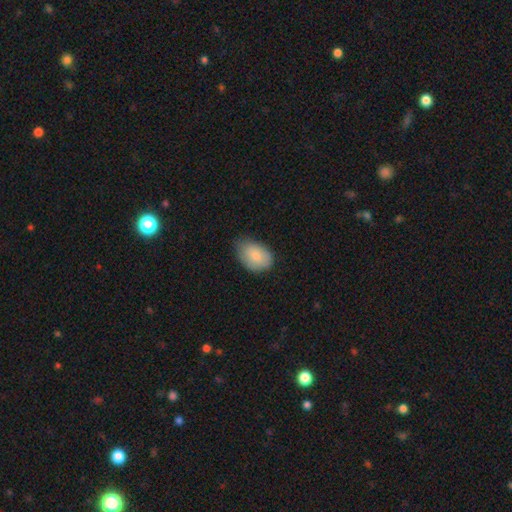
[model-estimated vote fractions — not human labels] The model was most divided on "merging": none: 61%, minor disturbance: 32%, major disturbance: 6%, merger: 1%. More confident: how rounded — in between (84%); smooth or featured — smooth (83%).